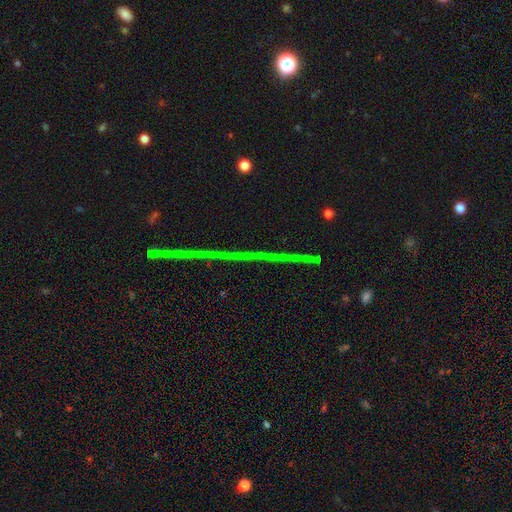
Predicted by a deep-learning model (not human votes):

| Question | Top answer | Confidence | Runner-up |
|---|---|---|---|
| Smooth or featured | star or artifact | 75% | featured or disk (16%) |